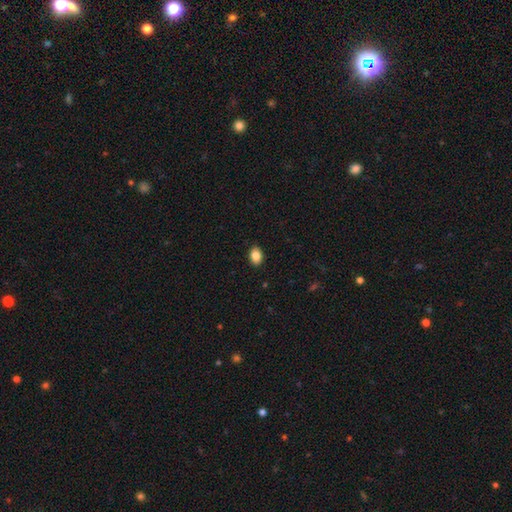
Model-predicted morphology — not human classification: Smooth or featured? smooth (86%)
How rounded? in between (78%)
Merging? none (90%)